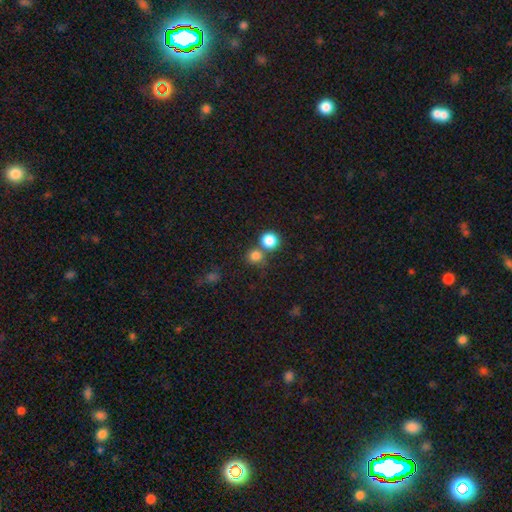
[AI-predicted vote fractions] Smooth or featured: smooth — 81% (star or artifact — 14%)
How rounded: round — 90% (in between — 9%)
Merging: none — 63% (merger — 28%)